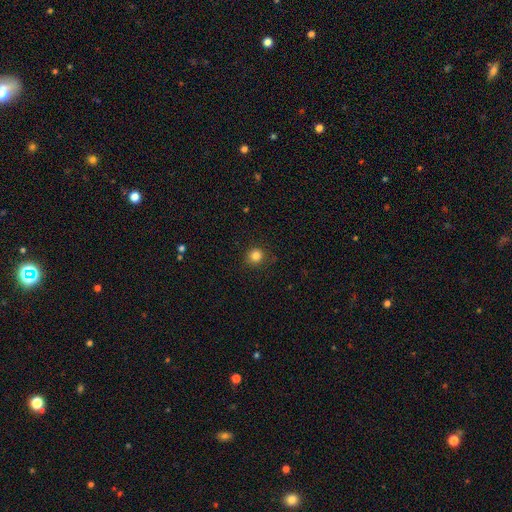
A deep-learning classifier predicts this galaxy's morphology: This is clearly a smooth galaxy (83%). How rounded: clearly round (91%). Merging: clearly none (88%).